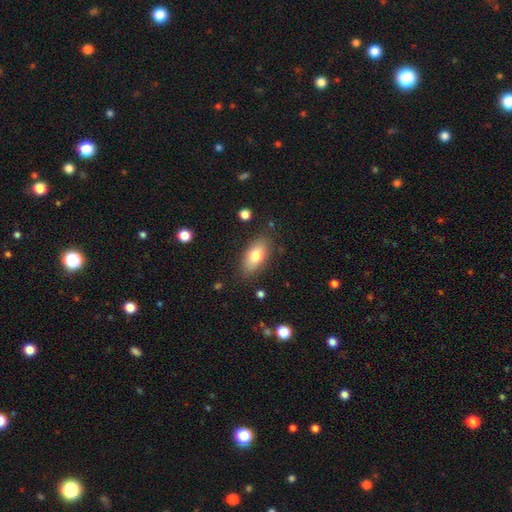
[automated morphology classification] A smooth galaxy with no disk features (76%) that is in between round and cigar-shaped (88%). Merging: none (82%).